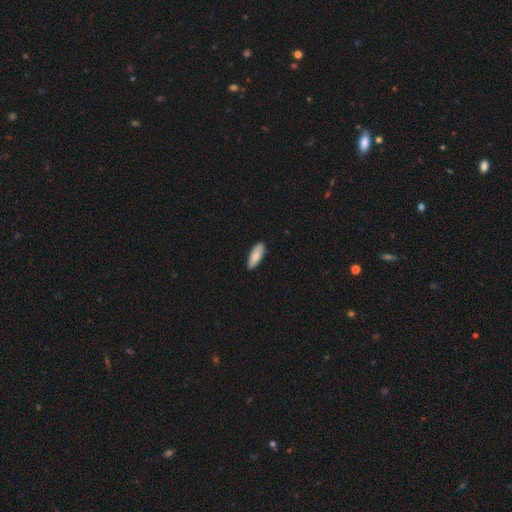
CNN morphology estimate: Smooth or featured? smooth (87%)
How rounded? in between (72%)
Merging? none (87%)